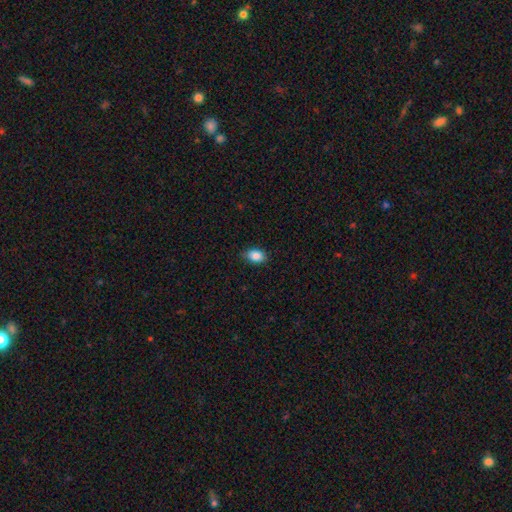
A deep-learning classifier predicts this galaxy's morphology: smooth-or-featured: smooth: 87% | star or artifact: 8% | featured or disk: 5%
  how-rounded: in between: 83% | round: 15% | cigar-shaped: 2%
  merging: none: 81% | minor disturbance: 15% | major disturbance: 3% | merger: 1%